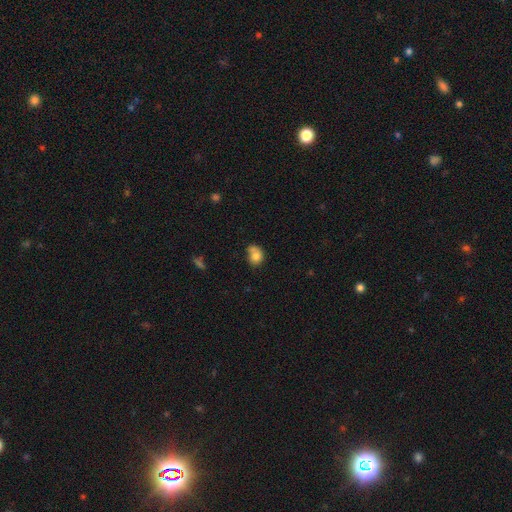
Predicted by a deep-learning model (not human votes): Smooth or featured: smooth — 77% (featured or disk — 13%)
How rounded: round — 56% (in between — 43%)
Merging: none — 40% (minor disturbance — 26%)